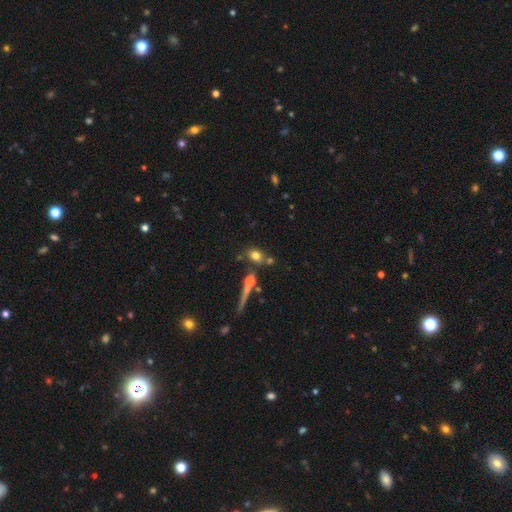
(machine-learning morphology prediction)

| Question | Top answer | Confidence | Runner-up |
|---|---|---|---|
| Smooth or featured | smooth | 73% | featured or disk (15%) |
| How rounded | in between | 49% | round (44%) |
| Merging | none | 59% | merger (24%) |